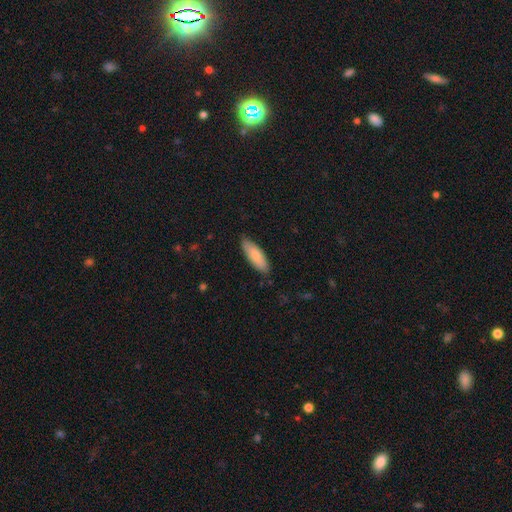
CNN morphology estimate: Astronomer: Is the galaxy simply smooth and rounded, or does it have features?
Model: smooth — 82%.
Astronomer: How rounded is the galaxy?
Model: in between — 64%.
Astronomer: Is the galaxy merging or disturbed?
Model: none — 81%.